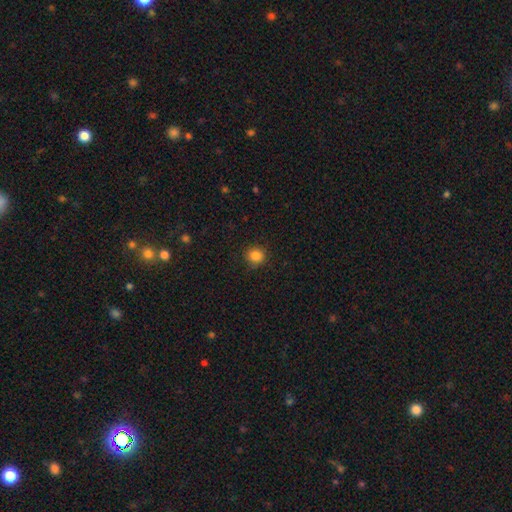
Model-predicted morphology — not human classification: Smooth or featured? Predicted: smooth (p=0.85). How rounded? Predicted: round (p=0.90). Merging? Predicted: none (p=0.87).